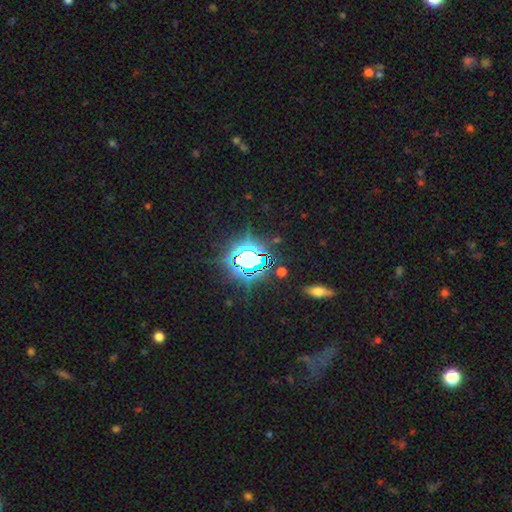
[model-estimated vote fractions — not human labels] Smooth or featured: star or artifact — 76% (smooth — 14%)